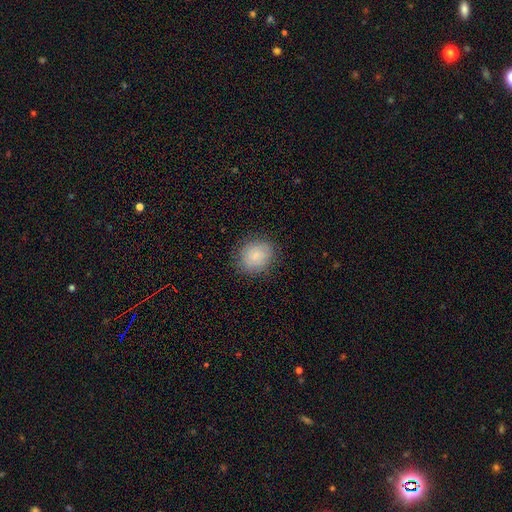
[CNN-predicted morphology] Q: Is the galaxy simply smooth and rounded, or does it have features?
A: smooth — 80%.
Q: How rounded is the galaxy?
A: round — 73%.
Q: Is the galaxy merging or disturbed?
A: none — 83%.